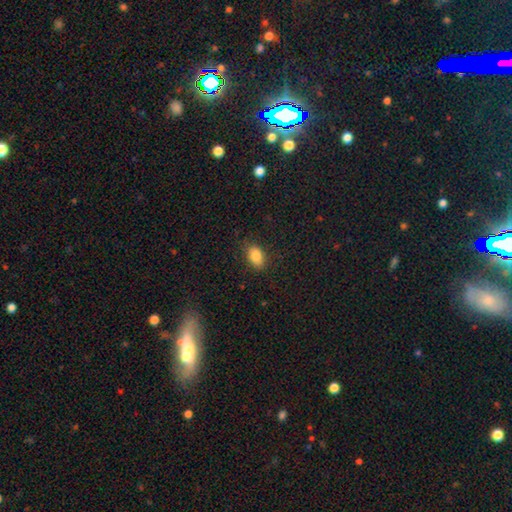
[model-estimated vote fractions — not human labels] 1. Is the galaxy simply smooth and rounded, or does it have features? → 86% smooth, 9% star or artifact, 6% featured or disk.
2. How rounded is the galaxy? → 88% in between, 9% round, 2% cigar-shaped.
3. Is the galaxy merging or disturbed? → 83% none, 13% minor disturbance, 3% major disturbance, 1% merger.